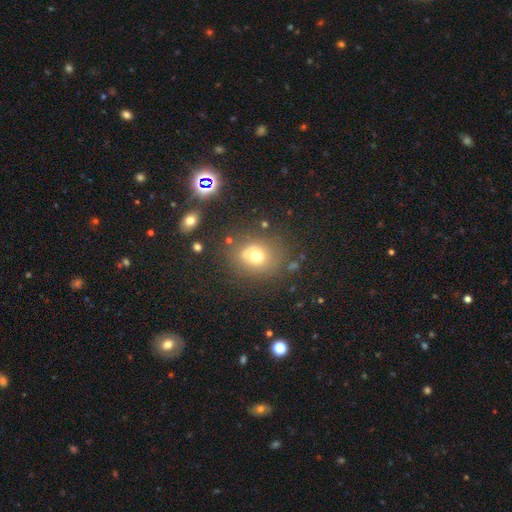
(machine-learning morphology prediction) This appears to be a smooth galaxy with no disk features (68%) that is round (71%). Merging: none (68%).